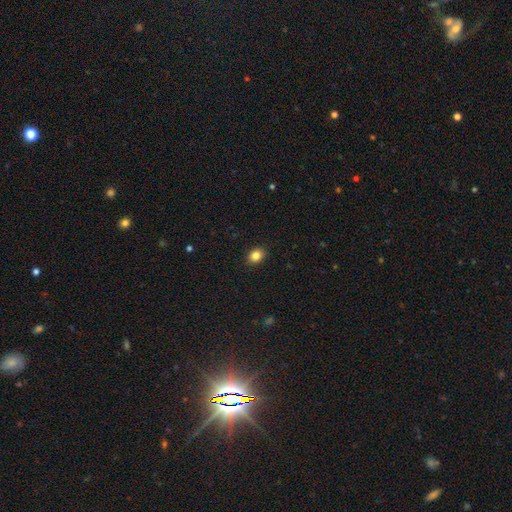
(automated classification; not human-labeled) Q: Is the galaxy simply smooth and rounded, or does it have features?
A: smooth — 84%.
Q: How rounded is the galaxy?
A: in between — 55%.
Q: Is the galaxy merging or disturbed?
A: none — 90%.